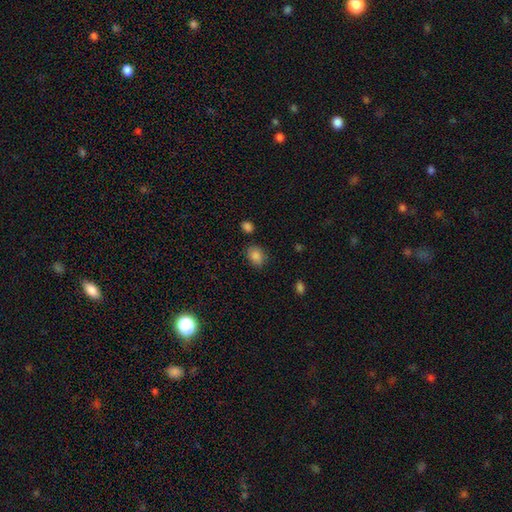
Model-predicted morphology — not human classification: The model was most divided on "how rounded": in between: 65%, round: 34%, cigar-shaped: 1%. More confident: smooth or featured — smooth (86%); merging — none (78%).